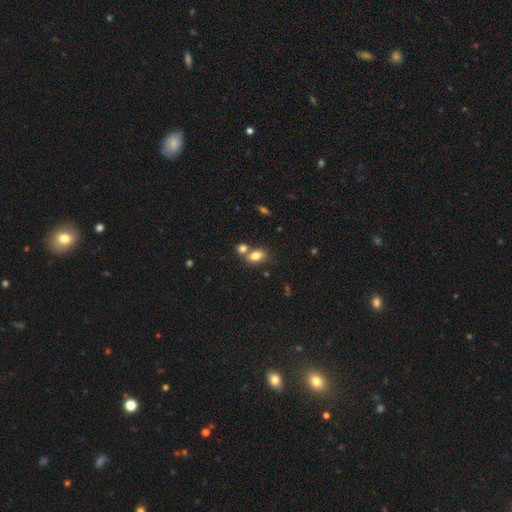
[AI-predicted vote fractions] Smooth or featured: smooth — 81% (star or artifact — 10%)
How rounded: in between — 82% (round — 16%)
Merging: none — 50% (merger — 35%)